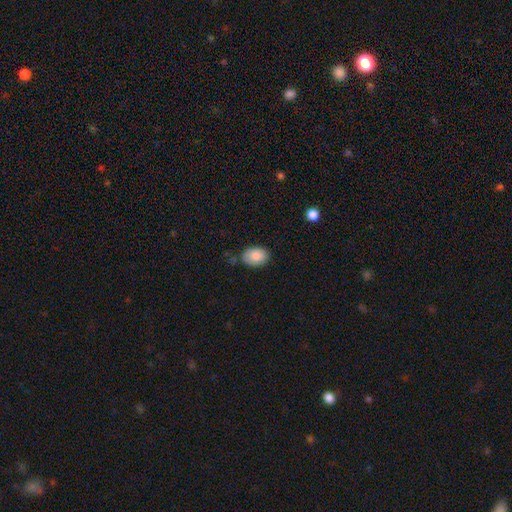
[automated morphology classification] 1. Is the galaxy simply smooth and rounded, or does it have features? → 86% smooth, 7% featured or disk, 7% star or artifact.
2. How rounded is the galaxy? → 83% in between, 16% round, 1% cigar-shaped.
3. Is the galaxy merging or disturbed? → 74% none, 19% minor disturbance, 4% major disturbance, 3% merger.